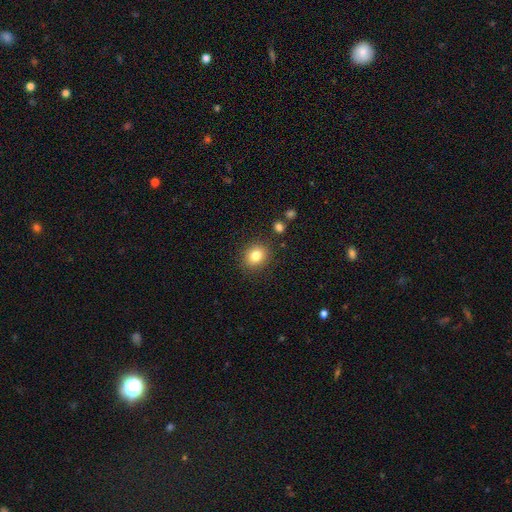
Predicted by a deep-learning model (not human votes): Q: Smooth or featured?
A: smooth (82%); runner-up: star or artifact (11%)
Q: How rounded?
A: round (72%); runner-up: in between (27%)
Q: Merging?
A: none (87%); runner-up: minor disturbance (8%)